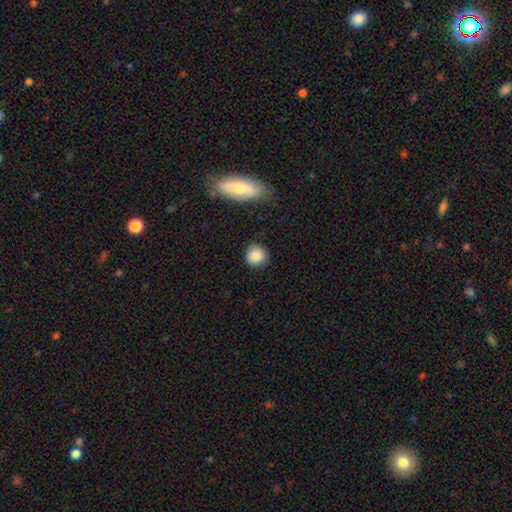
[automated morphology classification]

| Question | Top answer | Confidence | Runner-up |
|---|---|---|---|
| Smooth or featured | smooth | 86% | star or artifact (9%) |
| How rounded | round | 88% | in between (11%) |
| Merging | none | 83% | minor disturbance (12%) |